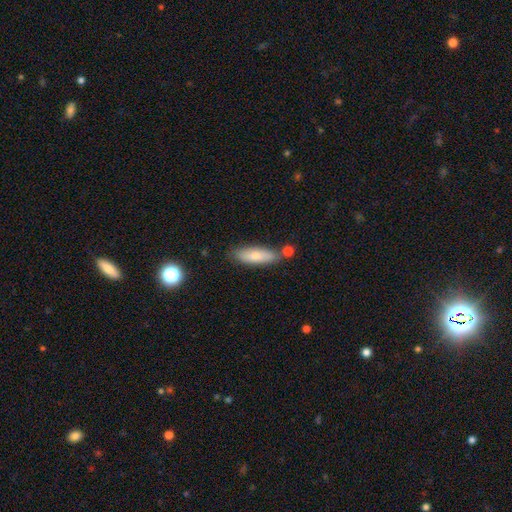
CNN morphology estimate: A smooth galaxy with no disk features (70%) that is in between round and cigar-shaped (49%, tied with cigar-shaped). Merging: none (69%).